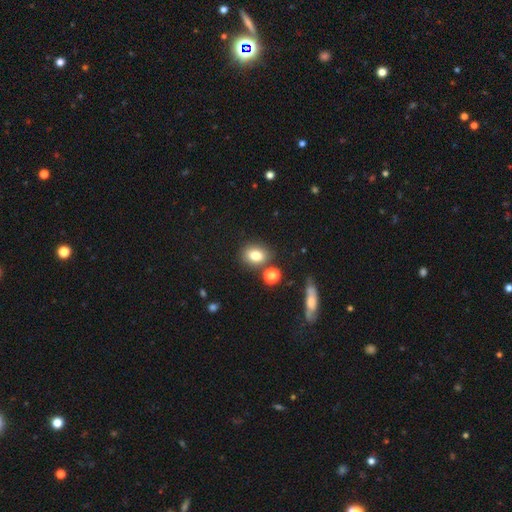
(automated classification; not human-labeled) The model was most divided on "how rounded": in between: 52%, round: 46%, cigar-shaped: 2%. More confident: smooth or featured — smooth (79%); merging — none (74%).